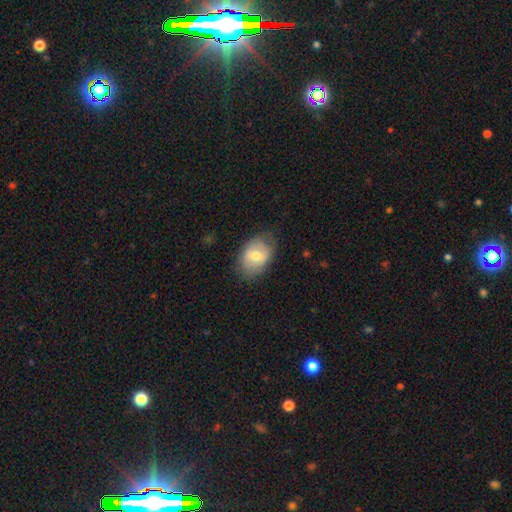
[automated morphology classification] type=smooth (55%); roundness=in between (80%); merging=none (73%).